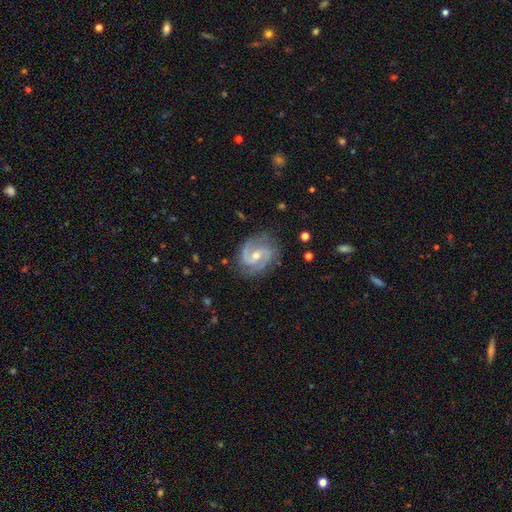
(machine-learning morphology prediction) Q: Smooth or featured?
A: featured or disk (90%); runner-up: star or artifact (5%)
Q: Edge-on disk?
A: no (98%); runner-up: yes (2%)
Q: Bar?
A: weak (48%); runner-up: no (34%)
Q: Spiral arms?
A: yes (98%); runner-up: no (2%)
Q: Spiral winding?
A: medium (55%); runner-up: tight (28%)
Q: Spiral arm count?
A: 2 (90%); runner-up: 3 (3%)
Q: Bulge size?
A: moderate (55%); runner-up: small (41%)
Q: Merging?
A: none (81%); runner-up: minor disturbance (14%)